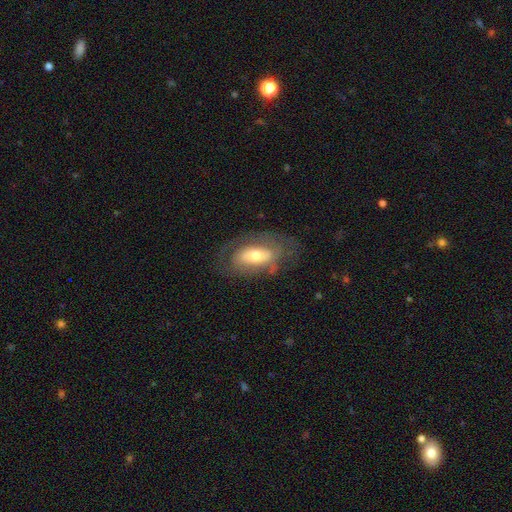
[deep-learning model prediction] smooth-or-featured: featured or disk: 55% | smooth: 37% | star or artifact: 7%
  disk-edge-on: no: 88% | yes: 12%
  merging: none: 66% | minor disturbance: 19% | major disturbance: 13% | merger: 2%